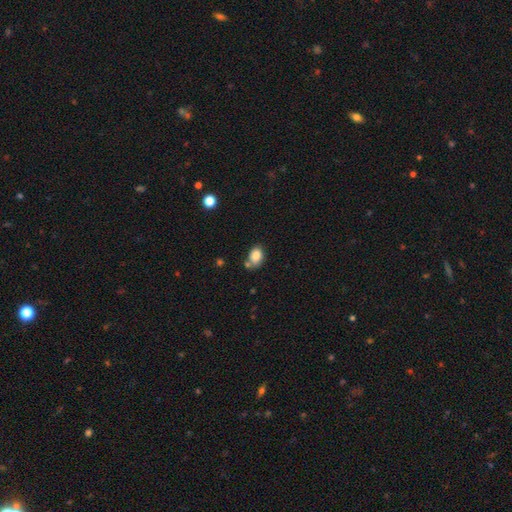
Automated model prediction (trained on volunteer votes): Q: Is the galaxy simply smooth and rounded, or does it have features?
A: smooth — 85%.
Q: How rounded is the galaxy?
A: in between — 74%.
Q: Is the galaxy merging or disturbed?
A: none — 58%.